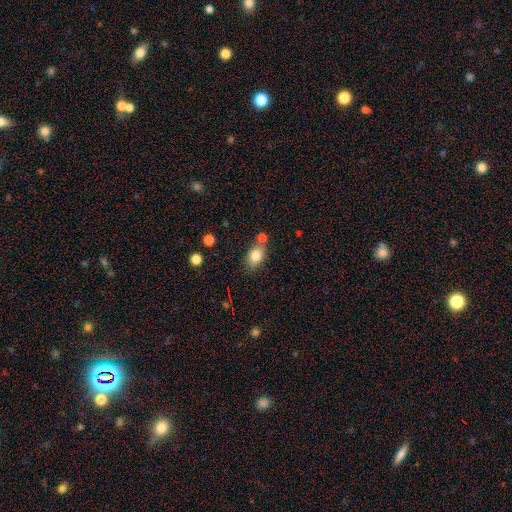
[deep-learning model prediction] Smooth or featured: smooth — 80% (featured or disk — 11%)
How rounded: in between — 75% (round — 23%)
Merging: none — 63% (merger — 19%)